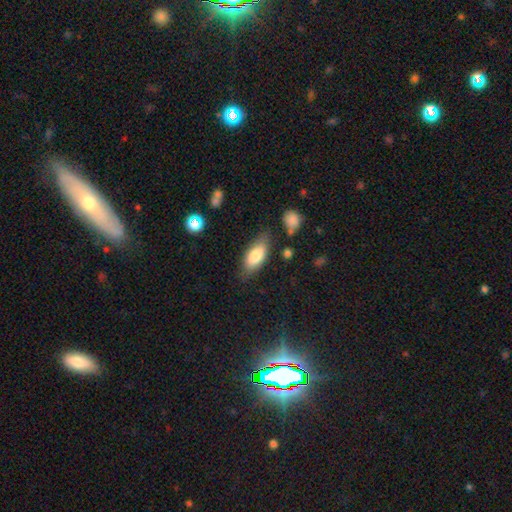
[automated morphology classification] Smooth or featured? smooth (79%)
How rounded? in between (82%)
Merging? none (73%)